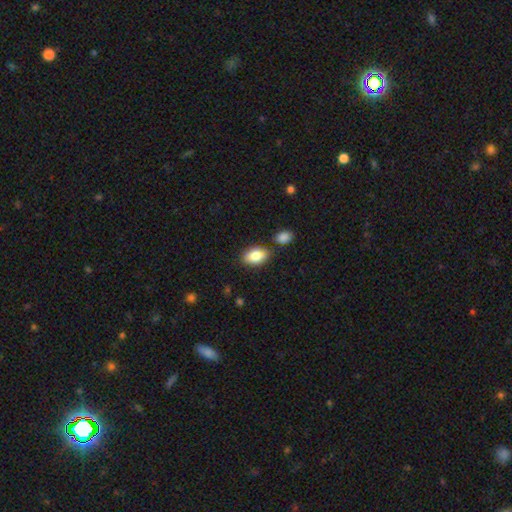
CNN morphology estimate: Q: Smooth or featured?
A: smooth (85%); runner-up: featured or disk (8%)
Q: How rounded?
A: in between (91%); runner-up: round (7%)
Q: Merging?
A: none (76%); runner-up: minor disturbance (13%)